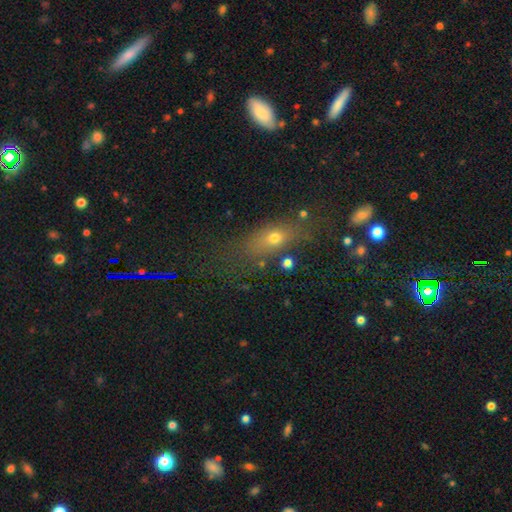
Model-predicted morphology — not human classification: Overall: smooth (53%; star or artifact 28%). How rounded: in between (56%; cigar-shaped 25%). Merging: none (64%).